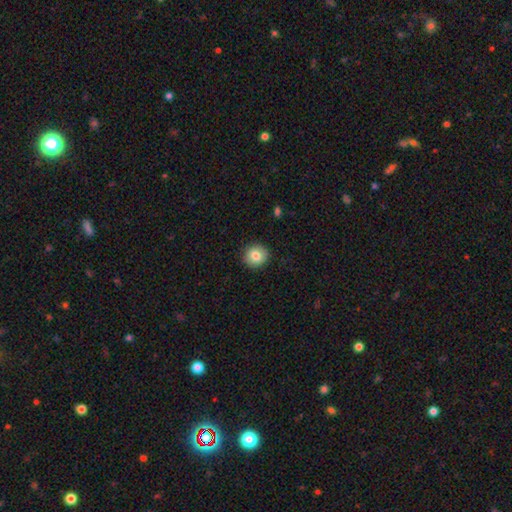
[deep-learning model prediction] smooth_or_featured: smooth (p=0.82) [alt: featured or disk p=0.09]
how_rounded: round (p=0.88) [alt: in between p=0.11]
merging: none (p=0.90) [alt: minor disturbance p=0.07]